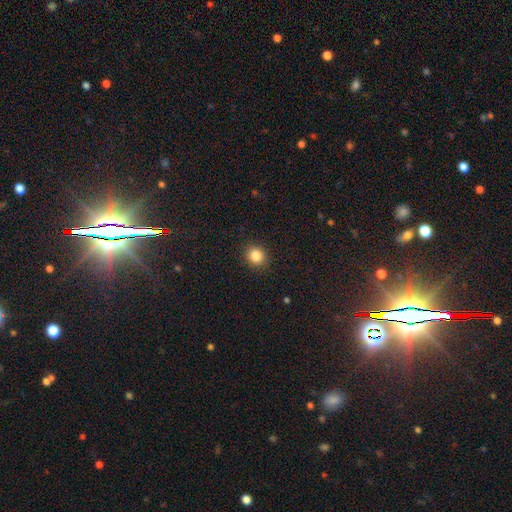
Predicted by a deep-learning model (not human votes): The model was most divided on "how rounded": round: 77%, in between: 22%, cigar-shaped: 1%. More confident: merging — none (90%); smooth or featured — smooth (85%).